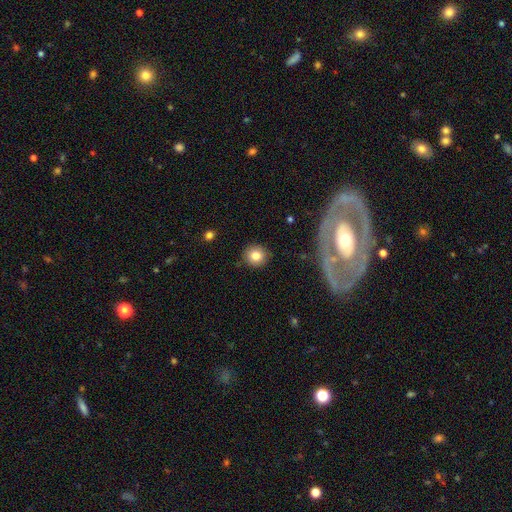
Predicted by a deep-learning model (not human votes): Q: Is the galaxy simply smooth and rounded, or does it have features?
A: smooth — 82%.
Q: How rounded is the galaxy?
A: round — 90%.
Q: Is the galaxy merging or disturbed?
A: none — 89%.